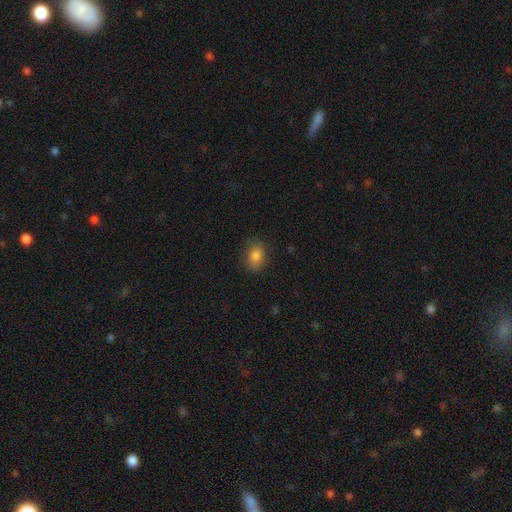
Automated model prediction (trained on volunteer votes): The model was most divided on "how rounded": in between: 67%, round: 31%, cigar-shaped: 1%. More confident: merging — none (82%); smooth or featured — smooth (82%).